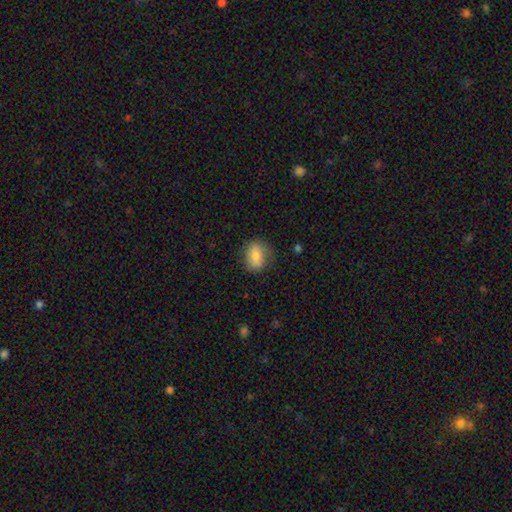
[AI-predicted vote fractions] Overall: smooth (80%). How rounded: in between (64%; round 34%). Merging: none (75%).